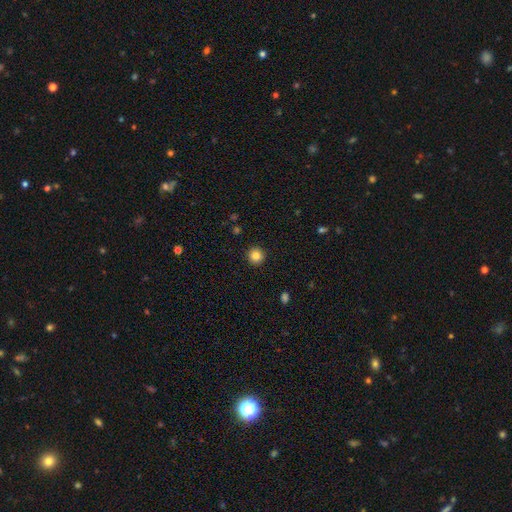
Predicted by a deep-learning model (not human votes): A smooth galaxy with no disk features (84%) that is round (95%).

Vote fractions:
- Smooth or featured? smooth: 84% / star or artifact: 11% / featured or disk: 5%
- How rounded? round: 95% / in between: 4% / cigar-shaped: 1%
- Merging? none: 93% / minor disturbance: 5% / major disturbance: 2% / merger: 1%